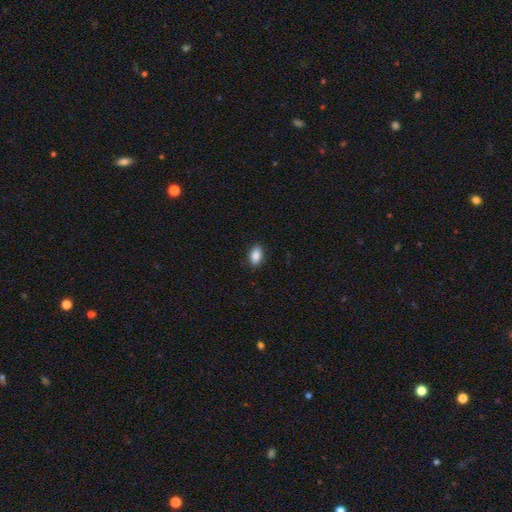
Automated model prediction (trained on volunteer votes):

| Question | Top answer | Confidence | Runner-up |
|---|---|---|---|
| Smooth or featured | smooth | 89% | star or artifact (7%) |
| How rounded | in between | 90% | round (7%) |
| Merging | none | 89% | minor disturbance (8%) |